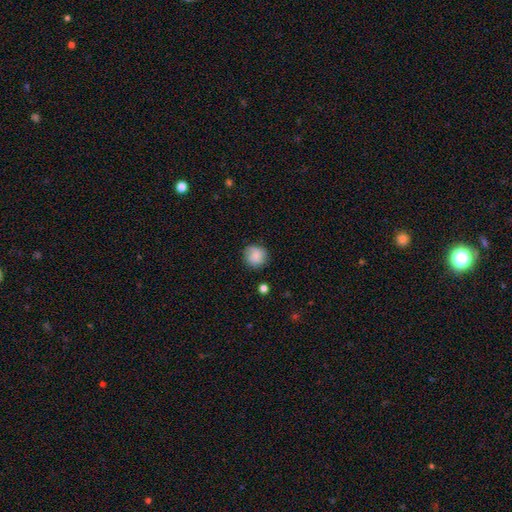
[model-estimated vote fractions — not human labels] smooth-or-featured: smooth: 84% | star or artifact: 8% | featured or disk: 8%
  how-rounded: round: 90% | in between: 9% | cigar-shaped: 1%
  merging: none: 81% | minor disturbance: 13% | major disturbance: 4% | merger: 2%